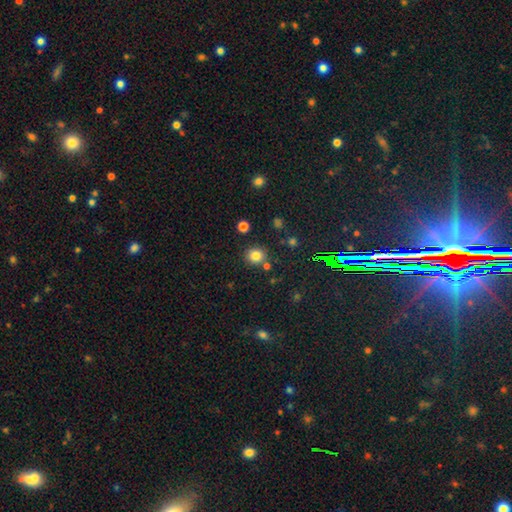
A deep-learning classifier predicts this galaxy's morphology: smooth 82%, star or artifact 13%, featured or disk 6%. Down the decision tree: how rounded — round (84%); merging — none (81%).